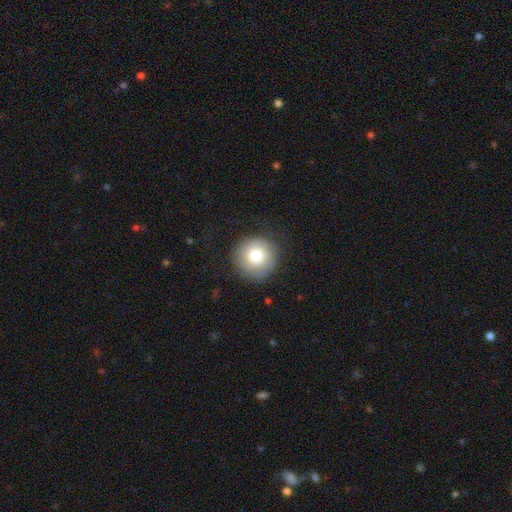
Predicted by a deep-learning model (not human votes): Smooth or featured? Predicted: smooth (p=0.79). How rounded? Predicted: round (p=0.95). Merging? Predicted: none (p=0.81).